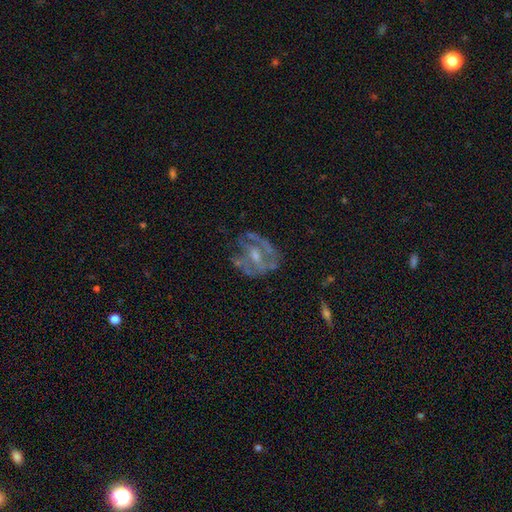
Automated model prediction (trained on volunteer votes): This is likely a featured or disk galaxy (71%). It is clearly not viewed edge-on (96%). Bar: possibly no (51%). Spiral arm pattern: possibly yes (54%). Central bulge: possibly moderate (45%). Merging: possibly none (53%).